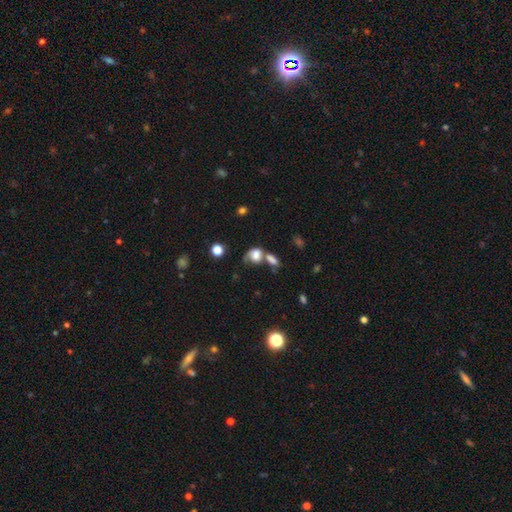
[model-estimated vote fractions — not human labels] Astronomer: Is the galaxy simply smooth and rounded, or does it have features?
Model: smooth — 71%.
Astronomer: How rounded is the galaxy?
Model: in between — 55% (runner-up: round, 43%).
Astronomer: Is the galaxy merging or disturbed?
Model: merger — 40% (runner-up: none, 26%).